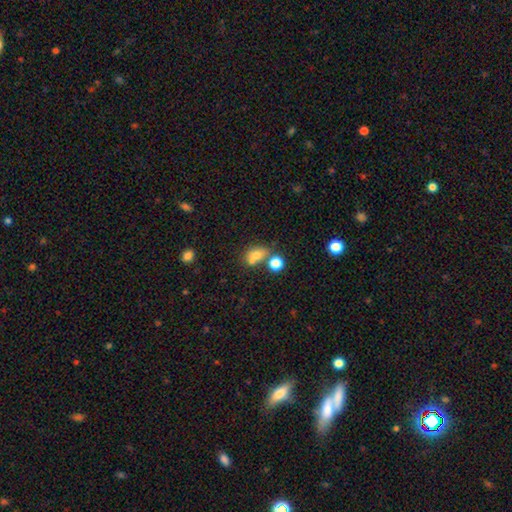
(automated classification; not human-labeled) Q: Smooth or featured?
A: smooth (74%); runner-up: star or artifact (14%)
Q: How rounded?
A: in between (65%); runner-up: round (33%)
Q: Merging?
A: none (48%); runner-up: merger (32%)